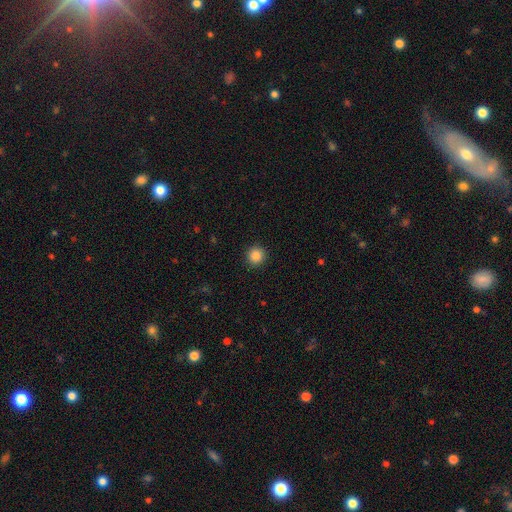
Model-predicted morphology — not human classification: smooth 86%, star or artifact 10%, featured or disk 4%. Down the decision tree: how rounded — round (94%); merging — none (93%).